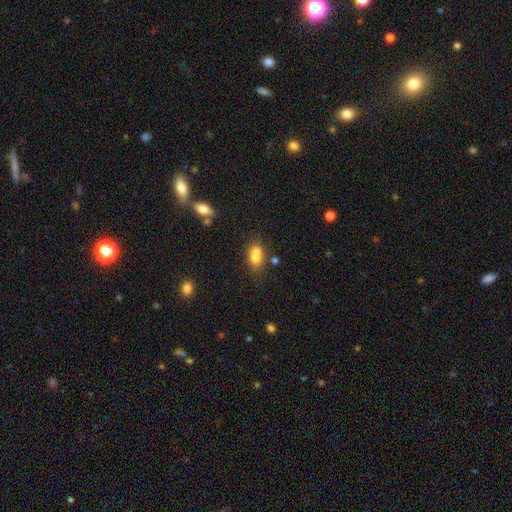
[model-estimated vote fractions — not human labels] This is likely a smooth galaxy (70%). How rounded: likely in between (66%). Merging: possibly merger (47%).